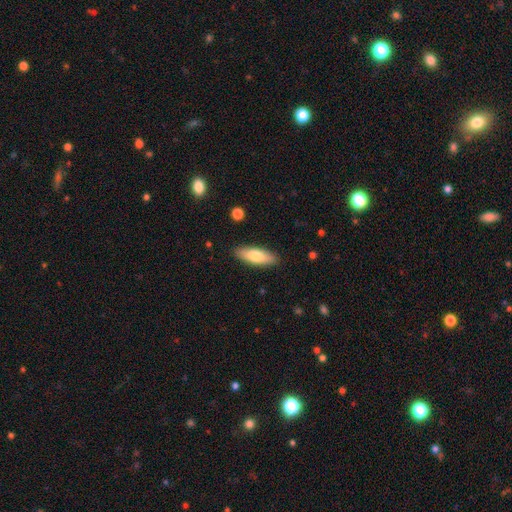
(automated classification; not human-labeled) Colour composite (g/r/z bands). It shows a smooth galaxy with no disk features (75%) that is in between round and cigar-shaped (58%). Merging: none (88%).